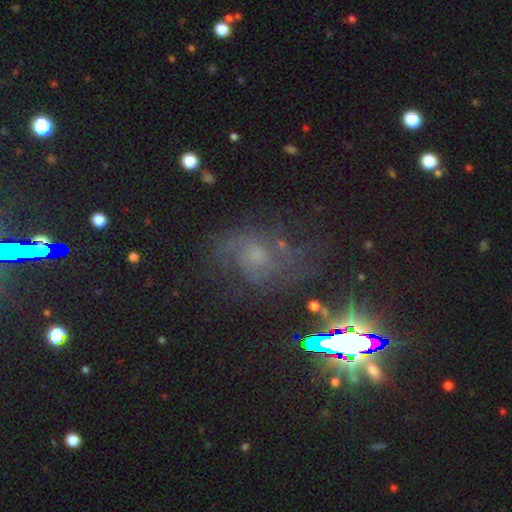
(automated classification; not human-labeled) Morphology: type=featured or disk (44%); merging=none (56%).